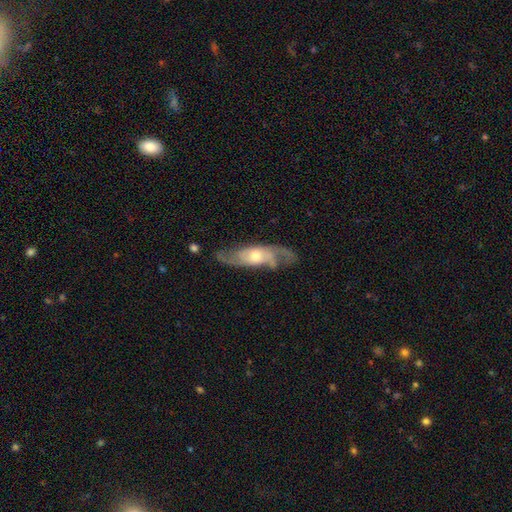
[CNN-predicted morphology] smooth_or_featured: featured or disk (p=0.80) [alt: smooth p=0.15]
disk_edge_on: no (p=0.81) [alt: yes p=0.19]
bar: no (p=0.68) [alt: weak p=0.26]
has_spiral_arms: yes (p=0.92) [alt: no p=0.08]
spiral_winding: medium (p=0.46) [alt: loose p=0.30]
spiral_arm_count: 2 (p=0.53) [alt: can't tell p=0.19]
bulge_size: moderate (p=0.64) [alt: small p=0.26]
merging: none (p=0.63) [alt: minor disturbance p=0.22]